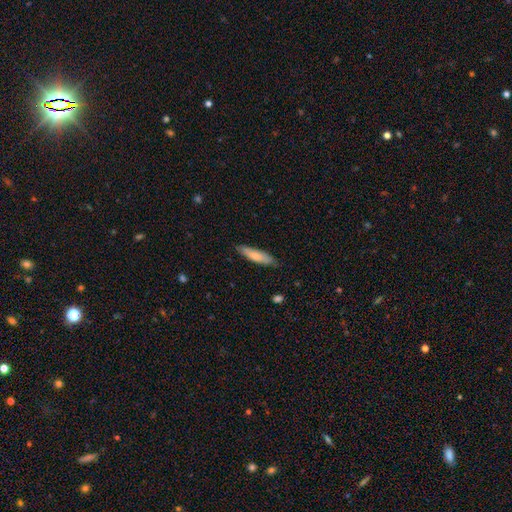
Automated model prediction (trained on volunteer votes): Smooth or featured?
  - smooth: 74% *
  - featured or disk: 20%
  - star or artifact: 5%
How rounded?
  - cigar-shaped: 72% *
  - in between: 26%
  - round: 1%
Merging?
  - none: 82% *
  - minor disturbance: 15%
  - major disturbance: 2%
  - merger: 1%